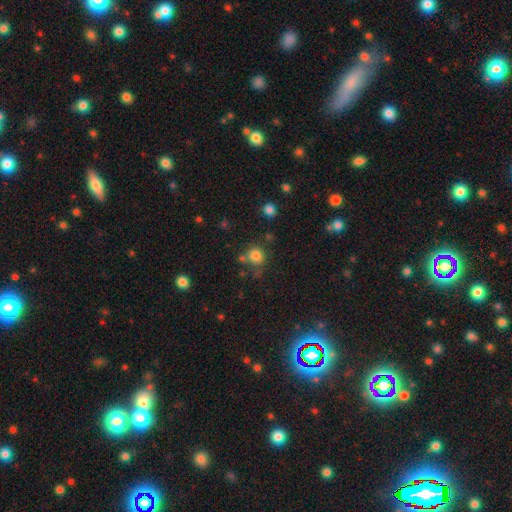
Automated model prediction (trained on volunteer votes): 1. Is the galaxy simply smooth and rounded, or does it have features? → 80% smooth, 14% star or artifact, 6% featured or disk.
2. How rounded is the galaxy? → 85% round, 14% in between, 1% cigar-shaped.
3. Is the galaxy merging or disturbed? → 70% none, 13% minor disturbance, 12% merger, 5% major disturbance.